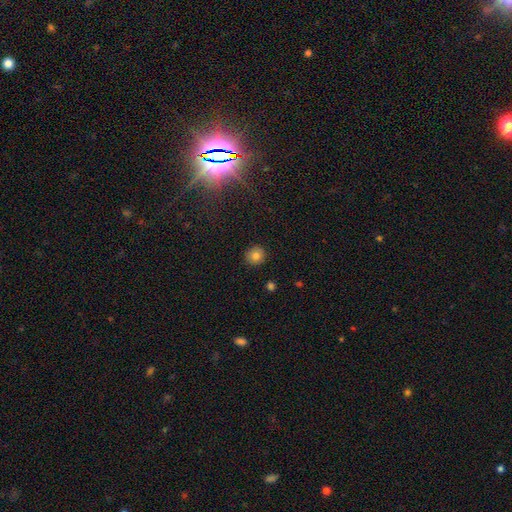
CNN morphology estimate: smooth 81%, star or artifact 11%, featured or disk 7%. Down the decision tree: how rounded — round (92%); merging — none (90%).